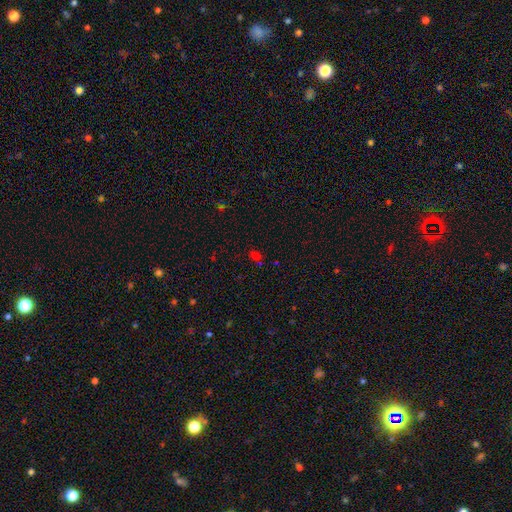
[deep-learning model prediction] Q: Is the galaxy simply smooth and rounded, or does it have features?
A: smooth — 54%.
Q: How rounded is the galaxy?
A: in between — 68%.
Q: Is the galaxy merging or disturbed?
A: none — 69%.